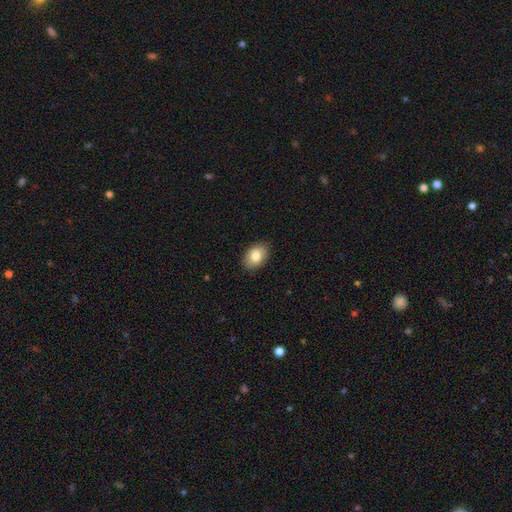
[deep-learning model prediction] Smooth or featured?
  - smooth: 82% *
  - featured or disk: 11%
  - star or artifact: 7%
How rounded?
  - in between: 85% *
  - round: 14%
  - cigar-shaped: 1%
Merging?
  - none: 88% *
  - minor disturbance: 9%
  - major disturbance: 2%
  - merger: 1%